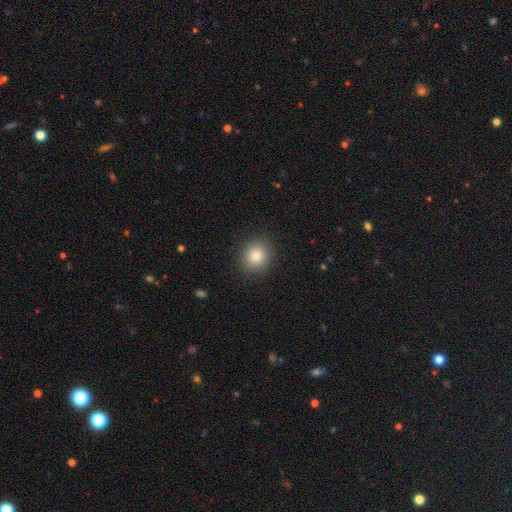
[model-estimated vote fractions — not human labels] The model was most divided on "how rounded": round: 82%, in between: 17%, cigar-shaped: 1%. More confident: merging — none (90%); smooth or featured — smooth (83%).